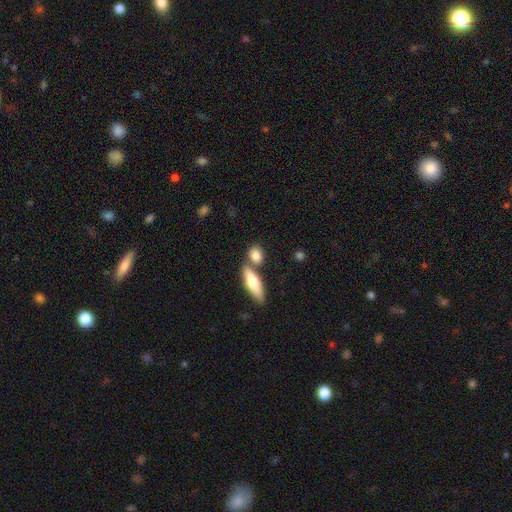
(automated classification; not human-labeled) smooth 81%, featured or disk 12%, star or artifact 6%. Down the decision tree: how rounded — in between (51%); merging — none (59%).